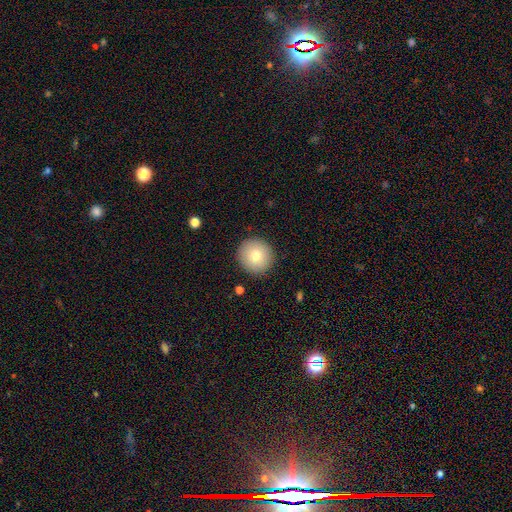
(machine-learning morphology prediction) This is likely a smooth galaxy (77%). How rounded: clearly round (95%). Merging: clearly none (91%).